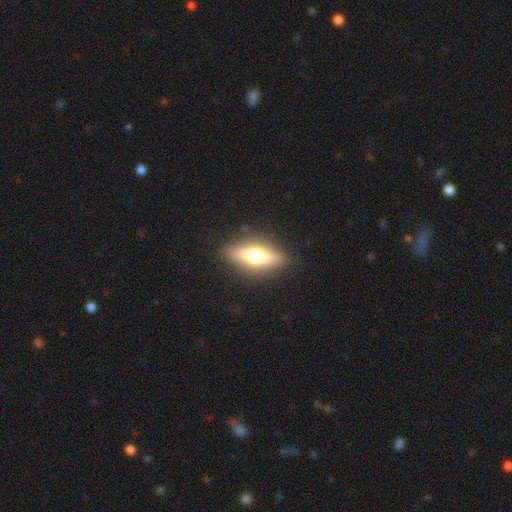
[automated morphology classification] smooth-or-featured: smooth: 49% | featured or disk: 43% | star or artifact: 8%
  merging: none: 87% | minor disturbance: 9% | major disturbance: 3% | merger: 1%